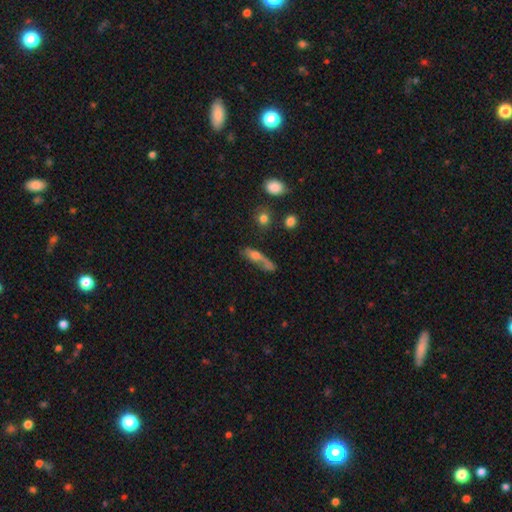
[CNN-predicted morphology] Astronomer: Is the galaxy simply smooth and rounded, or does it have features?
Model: smooth — 51% (runner-up: featured or disk, 35%).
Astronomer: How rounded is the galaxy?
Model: cigar-shaped — 47% (runner-up: in between, 43%).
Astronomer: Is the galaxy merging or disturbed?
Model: none — 37% (runner-up: major disturbance, 26%).